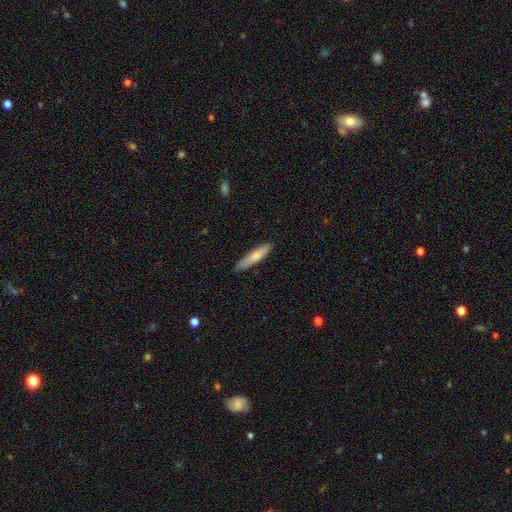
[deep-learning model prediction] Overall: smooth (73%). How rounded: cigar-shaped (84%). Merging: none (85%).